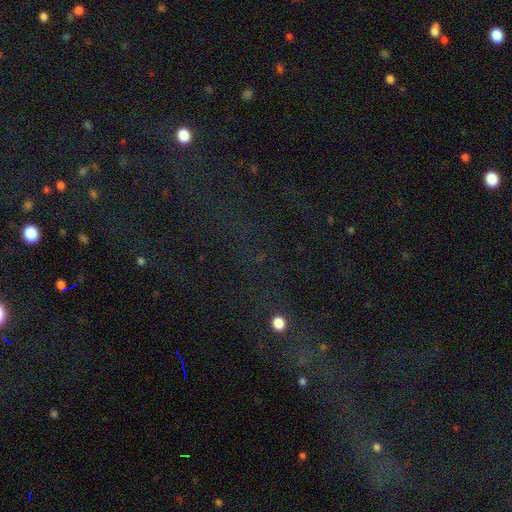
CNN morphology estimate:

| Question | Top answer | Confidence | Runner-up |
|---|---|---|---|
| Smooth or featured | star or artifact | 72% | smooth (15%) |